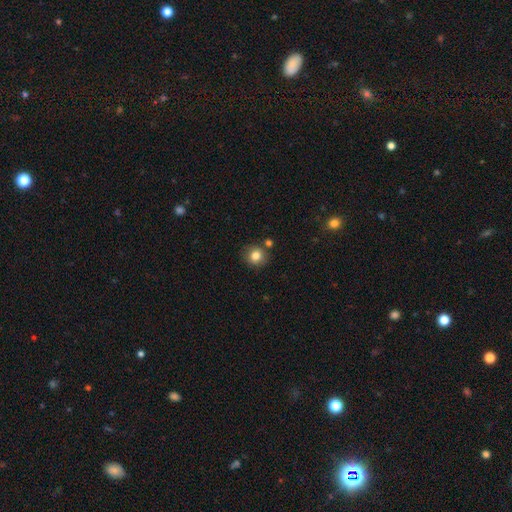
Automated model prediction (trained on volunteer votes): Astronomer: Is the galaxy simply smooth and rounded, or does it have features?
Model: smooth — 81%.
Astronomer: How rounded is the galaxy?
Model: round — 88%.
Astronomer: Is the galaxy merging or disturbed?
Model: none — 79%.